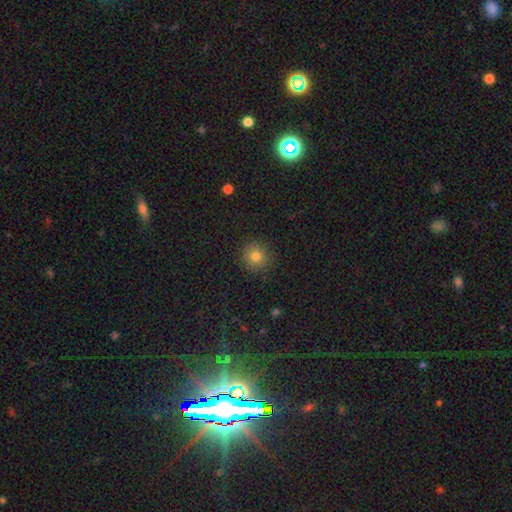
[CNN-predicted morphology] A smooth galaxy with no disk features (79%) that is round (93%). Merging: none (90%).